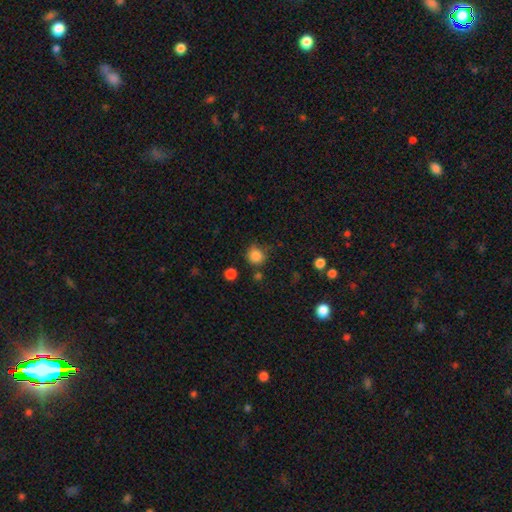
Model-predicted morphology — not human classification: smooth-or-featured: smooth: 84% | star or artifact: 11% | featured or disk: 4%
  how-rounded: round: 90% | in between: 9% | cigar-shaped: 1%
  merging: none: 73% | minor disturbance: 17% | merger: 6% | major disturbance: 5%